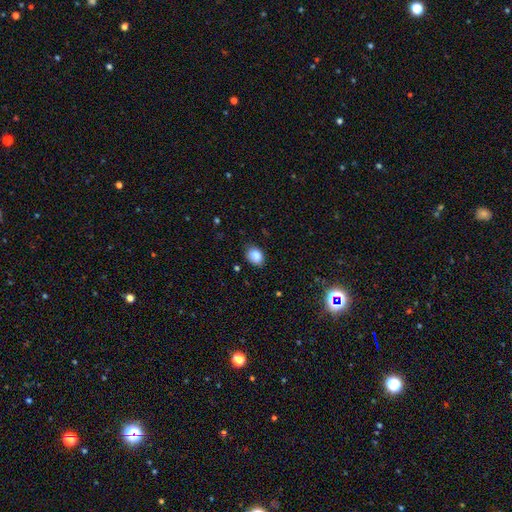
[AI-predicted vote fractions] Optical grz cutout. It shows a smooth galaxy with no disk features (87%) that is in between round and cigar-shaped (70%). Merging: none (80%).